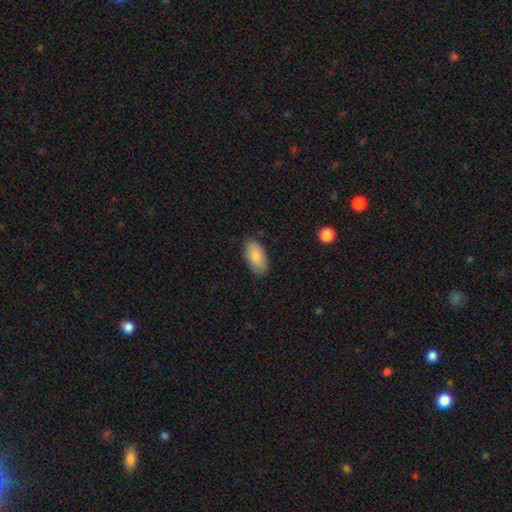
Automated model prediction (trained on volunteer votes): A smooth galaxy with no disk features (84%) that is in between round and cigar-shaped (93%). Merging: none (86%).